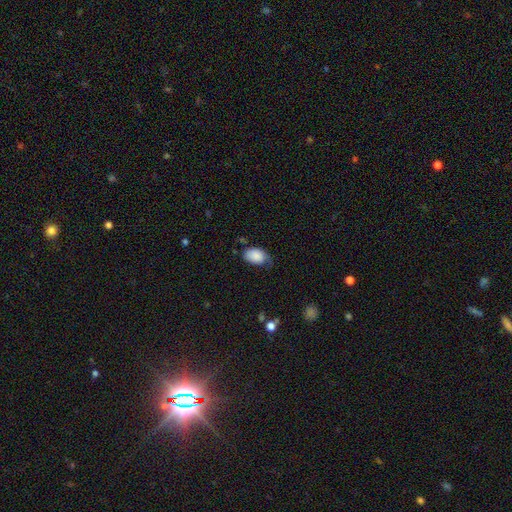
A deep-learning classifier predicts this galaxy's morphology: A smooth galaxy with no disk features (85%) that is in between round and cigar-shaped (88%). Merging: none (45%).